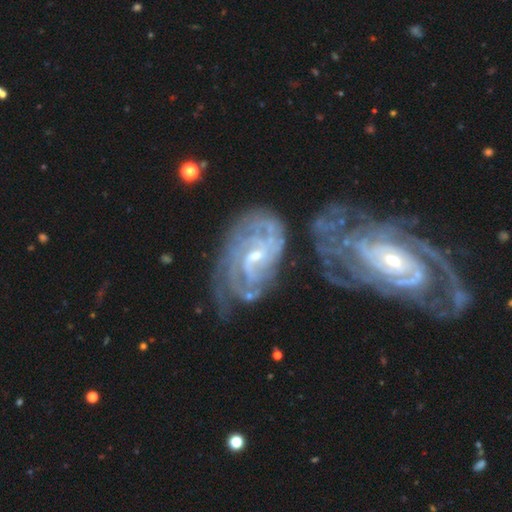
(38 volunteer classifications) Overall: featured or disk (84%). Edge-on disk: no (100%). Bar: weak (59%; no 38%). Spiral arms: yes (97%). Spiral arm count: can't tell (39%; 3 29%). Spiral winding: tight (81%). Bulge size: small (69%). Merging: none (42%; minor disturbance 25%).